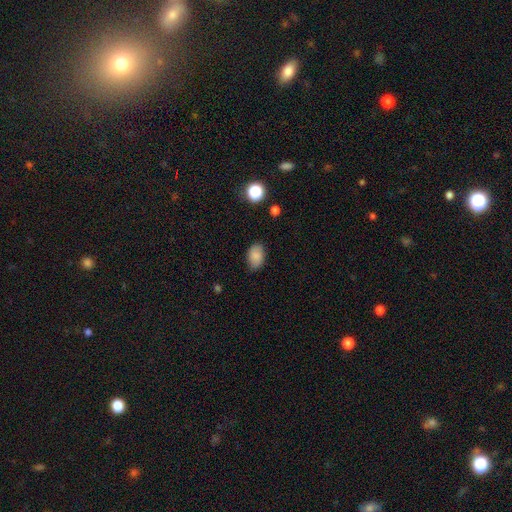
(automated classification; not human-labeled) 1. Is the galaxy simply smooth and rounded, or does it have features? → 85% smooth, 9% star or artifact, 6% featured or disk.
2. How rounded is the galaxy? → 86% in between, 13% round, 1% cigar-shaped.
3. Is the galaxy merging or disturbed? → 82% none, 14% minor disturbance, 3% major disturbance, 1% merger.